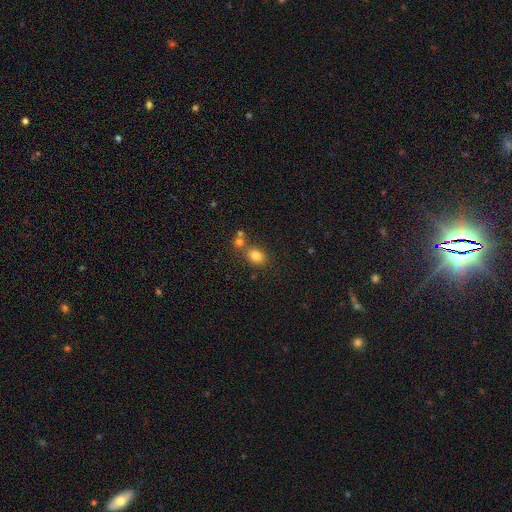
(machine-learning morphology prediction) Overall: smooth (80%). How rounded: round (52%; in between 47%). Merging: none (62%; merger 23%).